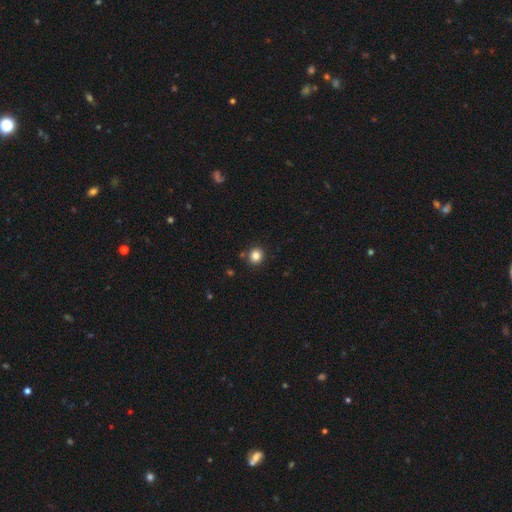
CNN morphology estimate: Smooth or featured? Predicted: smooth (p=0.84). How rounded? Predicted: round (p=0.87). Merging? Predicted: none (p=0.86).